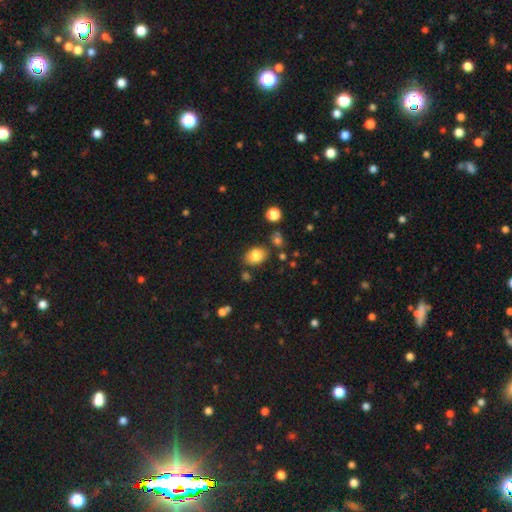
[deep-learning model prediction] A smooth galaxy with no disk features (82%) that is in between round and cigar-shaped (67%). Merging: none (79%).